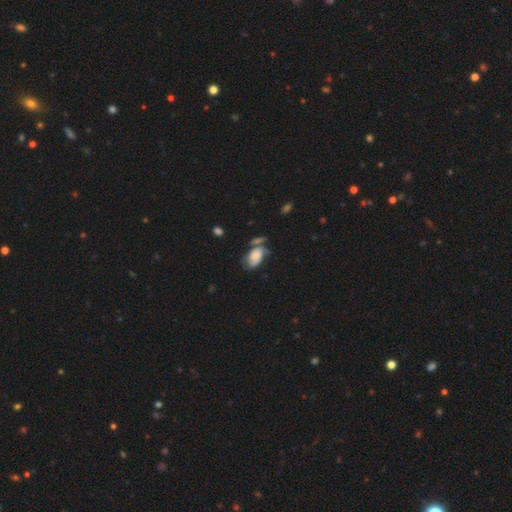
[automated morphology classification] type=smooth (61%); roundness=in between (88%); merging=none (34%).